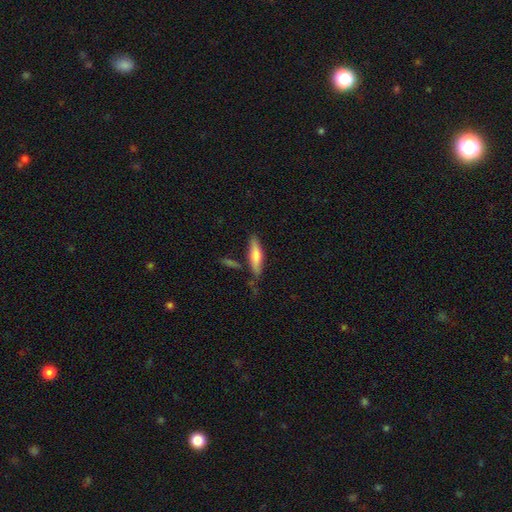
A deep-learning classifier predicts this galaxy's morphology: Smooth or featured? Predicted: smooth (p=0.72). How rounded? Predicted: cigar-shaped (p=0.69). Merging? Predicted: none (p=0.67).